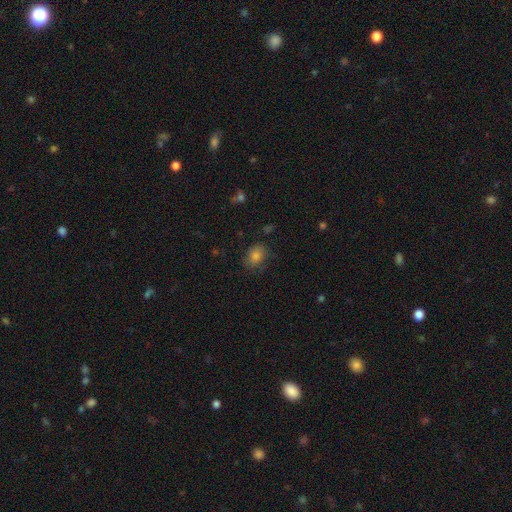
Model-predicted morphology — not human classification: smooth_or_featured: smooth (p=0.73) [alt: star or artifact p=0.17]
how_rounded: round (p=0.51) [alt: in between p=0.48]
merging: none (p=0.77) [alt: minor disturbance p=0.17]